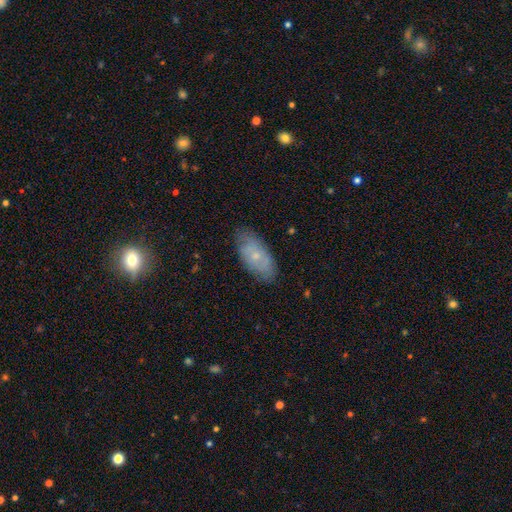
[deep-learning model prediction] Overall: smooth (51%; featured or disk 41%). How rounded: in between (88%). Merging: none (78%).